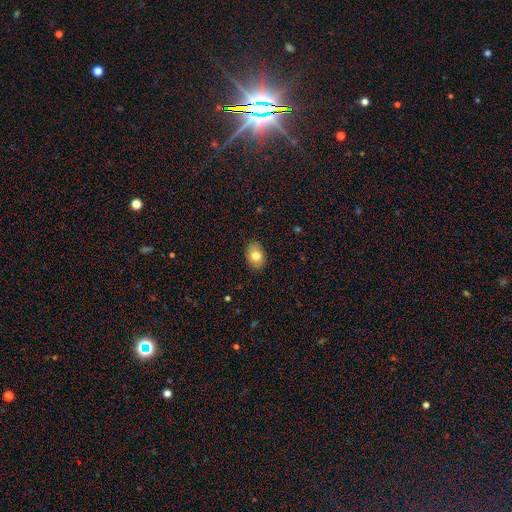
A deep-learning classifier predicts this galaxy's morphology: Q: Smooth or featured?
A: smooth (79%); runner-up: featured or disk (12%)
Q: How rounded?
A: in between (74%); runner-up: round (25%)
Q: Merging?
A: none (88%); runner-up: minor disturbance (9%)